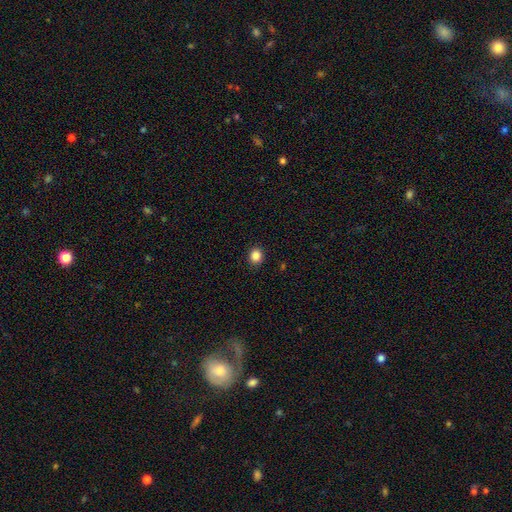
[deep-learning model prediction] smooth 86%, star or artifact 11%, featured or disk 4%. Down the decision tree: how rounded — round (76%); merging — none (90%).